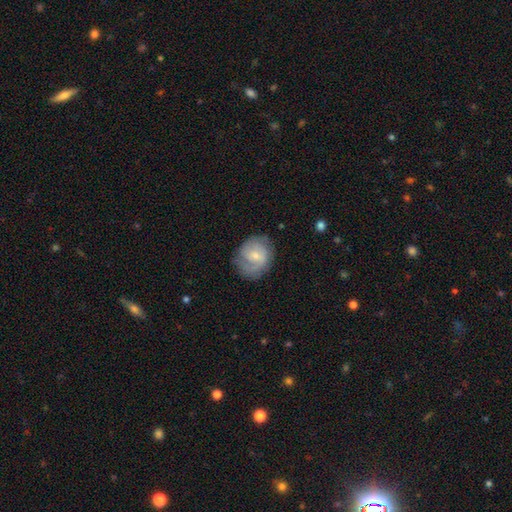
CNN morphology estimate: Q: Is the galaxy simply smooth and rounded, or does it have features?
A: featured or disk — 59%.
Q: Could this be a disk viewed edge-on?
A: no — 97%.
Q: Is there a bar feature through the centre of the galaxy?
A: no — 60%.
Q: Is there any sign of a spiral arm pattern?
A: yes — 84%.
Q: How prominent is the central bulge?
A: small — 63%.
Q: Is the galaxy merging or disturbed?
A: none — 66%.